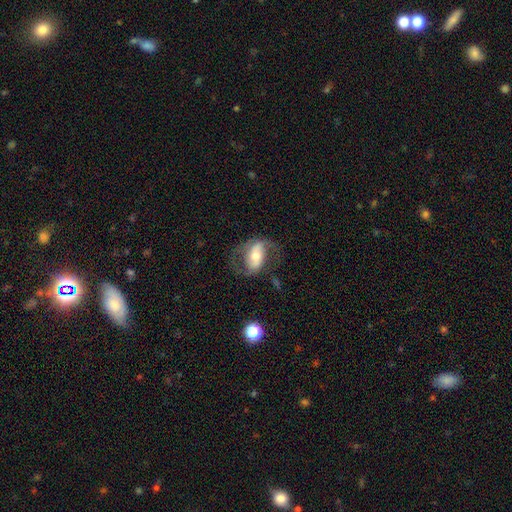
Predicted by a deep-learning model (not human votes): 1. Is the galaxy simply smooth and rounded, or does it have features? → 68% featured or disk, 25% smooth, 7% star or artifact.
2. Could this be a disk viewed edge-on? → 95% no, 5% yes.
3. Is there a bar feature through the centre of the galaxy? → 36% strong, 34% weak, 30% no.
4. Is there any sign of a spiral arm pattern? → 83% yes, 17% no.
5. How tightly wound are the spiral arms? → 44% medium, 42% loose, 15% tight.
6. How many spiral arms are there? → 86% 2, 7% can't tell, 4% 1, 1% 3, 1% 4, 1% more than 4.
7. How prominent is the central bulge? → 57% moderate, 29% small, 10% large, 2% dominant, 2% none.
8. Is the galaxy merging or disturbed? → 60% none, 19% major disturbance, 19% minor disturbance, 2% merger.